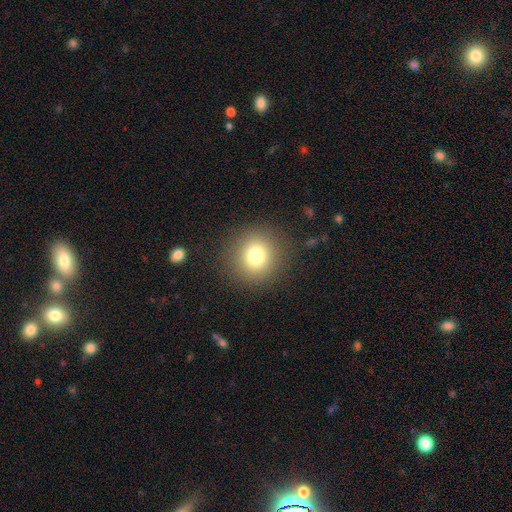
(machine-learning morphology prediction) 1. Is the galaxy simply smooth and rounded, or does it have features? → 78% smooth, 13% star or artifact, 9% featured or disk.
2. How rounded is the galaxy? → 92% round, 8% in between, 1% cigar-shaped.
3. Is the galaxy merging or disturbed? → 88% none, 7% minor disturbance, 4% major disturbance, 1% merger.